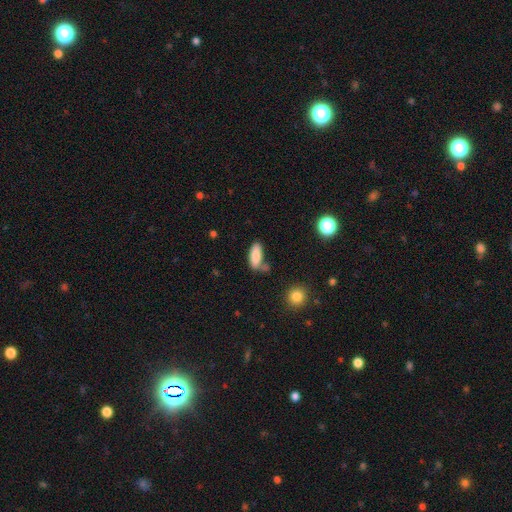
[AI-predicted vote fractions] A smooth galaxy with no disk features (84%) that is in between round and cigar-shaped (73%). Merging: none (59%).